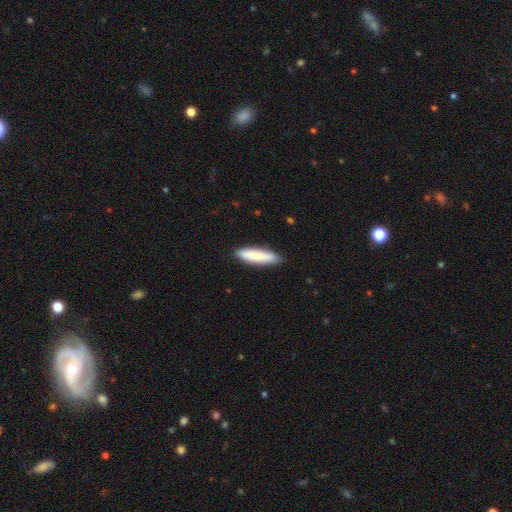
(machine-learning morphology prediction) smooth 81%, featured or disk 13%, star or artifact 5%. Down the decision tree: how rounded — cigar-shaped (76%); merging — none (86%).